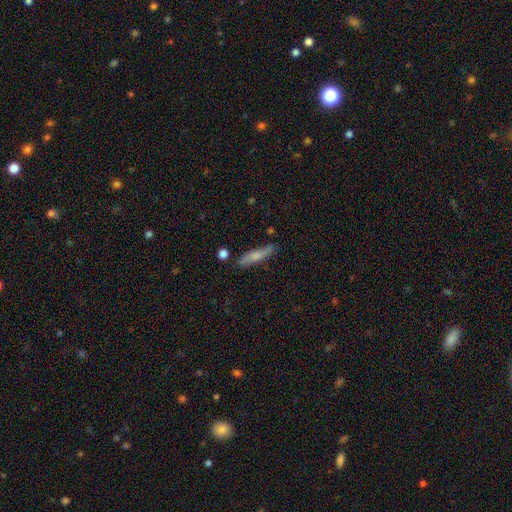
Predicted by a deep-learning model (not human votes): Smooth or featured? smooth (61%)
How rounded? cigar-shaped (81%)
Merging? none (75%)